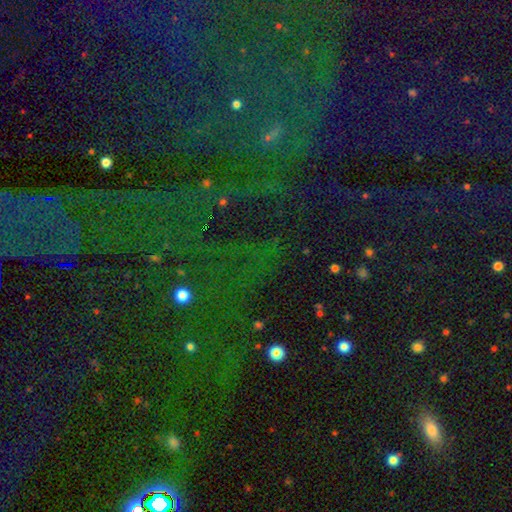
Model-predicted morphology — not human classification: The model was most divided on "smooth or featured": star or artifact: 81%, smooth: 10%, featured or disk: 8%.